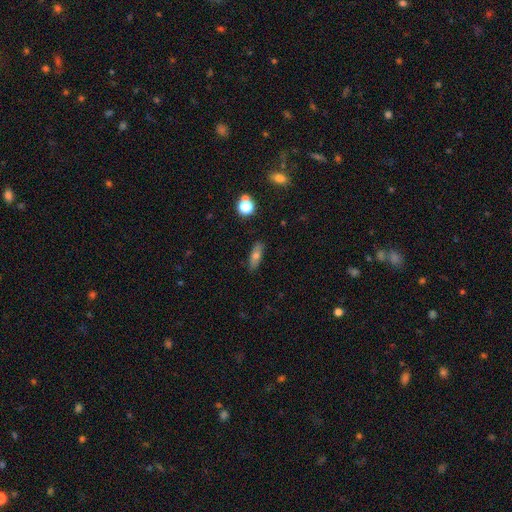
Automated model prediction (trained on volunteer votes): smooth-or-featured: smooth: 67% | featured or disk: 23% | star or artifact: 10%
  how-rounded: in between: 54% | cigar-shaped: 41% | round: 5%
  merging: none: 86% | minor disturbance: 10% | major disturbance: 2% | merger: 2%